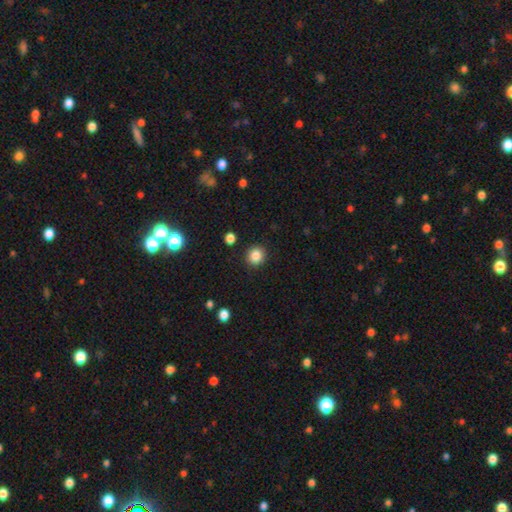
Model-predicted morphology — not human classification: The model was most divided on "smooth or featured": smooth: 85%, star or artifact: 10%, featured or disk: 4%. More confident: merging — none (90%); how rounded — round (88%).